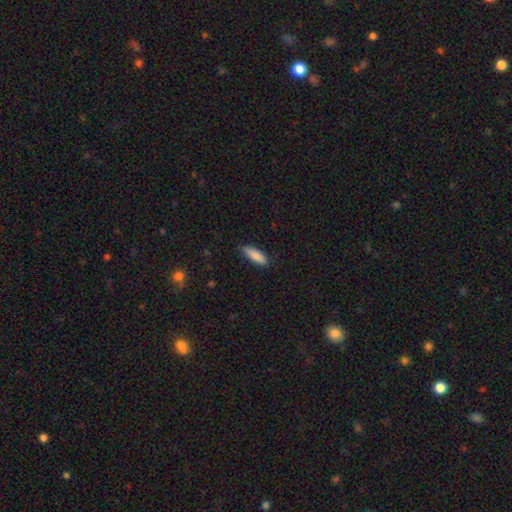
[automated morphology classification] smooth_or_featured: smooth (p=0.88) [alt: star or artifact p=0.06]
how_rounded: in between (p=0.54) [alt: cigar-shaped p=0.44]
merging: none (p=0.81) [alt: minor disturbance p=0.15]